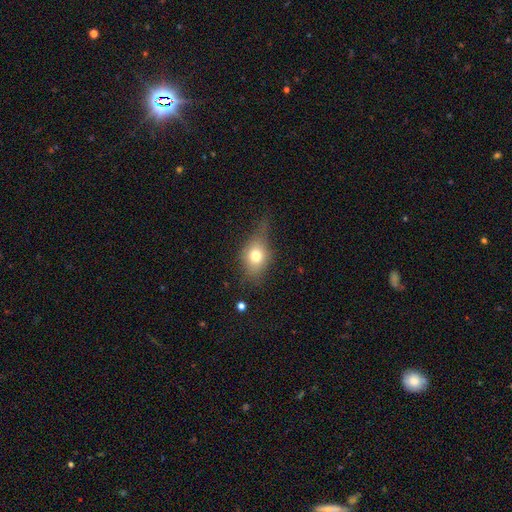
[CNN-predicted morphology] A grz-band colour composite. It shows a smooth galaxy with no disk features (71%) that is in between round and cigar-shaped (61%). Merging: none (48%).